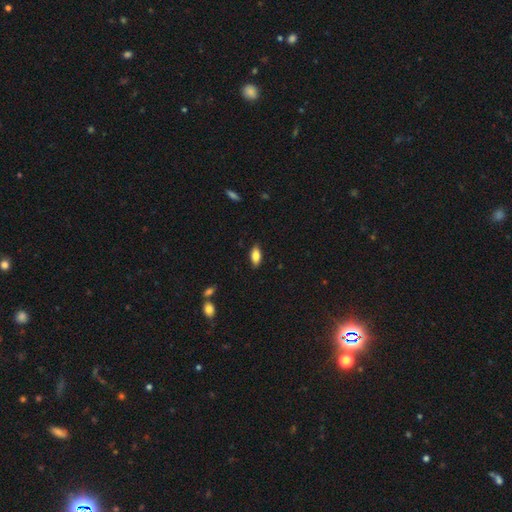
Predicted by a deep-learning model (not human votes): Q: Smooth or featured?
A: smooth (83%); runner-up: featured or disk (10%)
Q: How rounded?
A: in between (86%); runner-up: cigar-shaped (12%)
Q: Merging?
A: none (86%); runner-up: minor disturbance (11%)